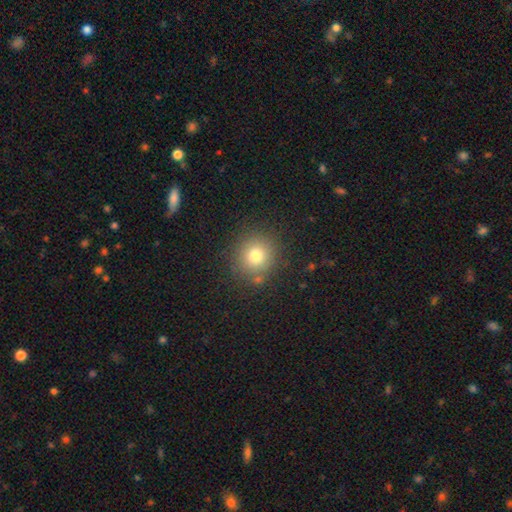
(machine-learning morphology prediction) Smooth or featured? Predicted: smooth (p=0.76). How rounded? Predicted: round (p=0.89). Merging? Predicted: none (p=0.85).